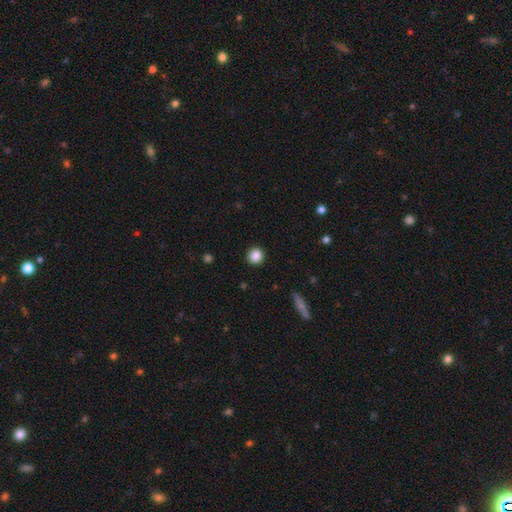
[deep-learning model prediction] smooth_or_featured: smooth (p=0.87) [alt: star or artifact p=0.09]
how_rounded: round (p=0.90) [alt: in between p=0.09]
merging: none (p=0.91) [alt: minor disturbance p=0.06]